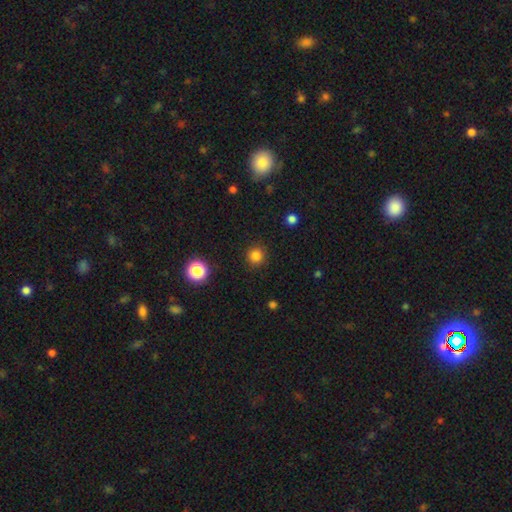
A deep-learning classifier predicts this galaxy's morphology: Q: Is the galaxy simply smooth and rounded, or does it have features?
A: smooth — 83%.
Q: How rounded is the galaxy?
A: round — 94%.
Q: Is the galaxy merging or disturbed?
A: none — 90%.